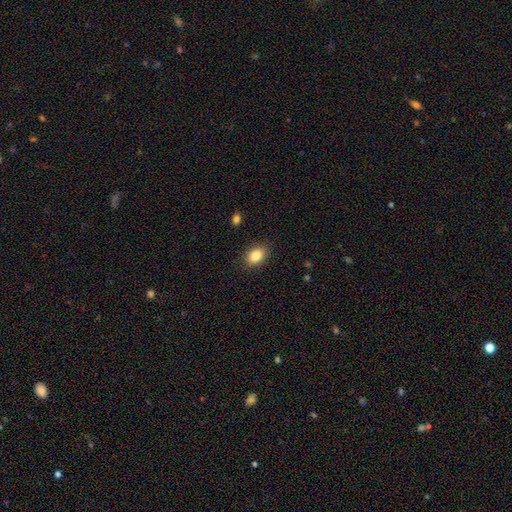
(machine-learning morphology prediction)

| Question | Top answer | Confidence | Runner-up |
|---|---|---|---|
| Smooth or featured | smooth | 86% | star or artifact (8%) |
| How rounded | in between | 77% | round (22%) |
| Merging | none | 86% | minor disturbance (10%) |